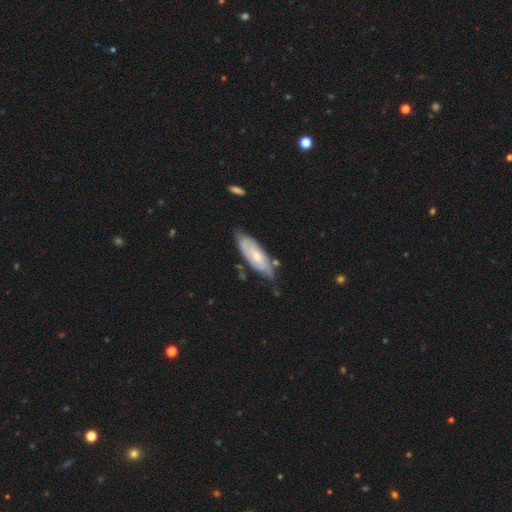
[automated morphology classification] A featured or disk galaxy (61%) with no bar (65%), spiral arms (81%) and a small central bulge (51%). Merging: none (64%).